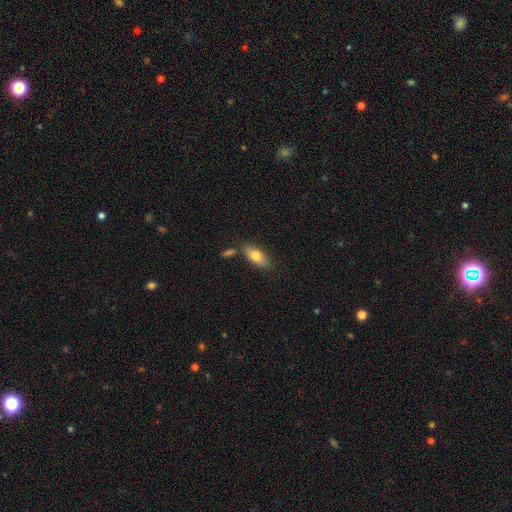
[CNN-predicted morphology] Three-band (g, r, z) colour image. It shows a smooth galaxy with no disk features (75%) that is in between round and cigar-shaped (82%). Merging: none (74%).